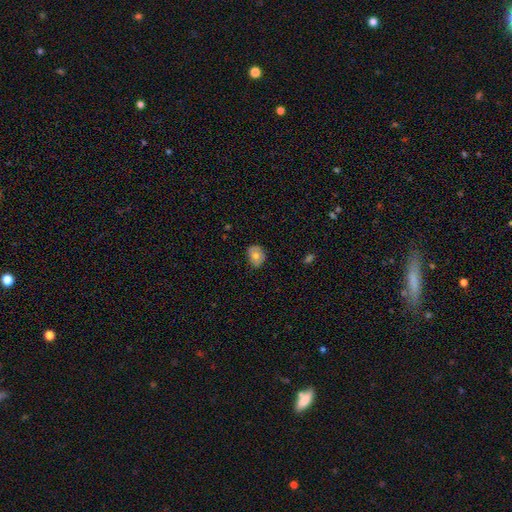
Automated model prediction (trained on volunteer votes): The model was most divided on "how rounded": round: 57%, in between: 42%, cigar-shaped: 1%. More confident: merging — none (73%); smooth or featured — smooth (65%).